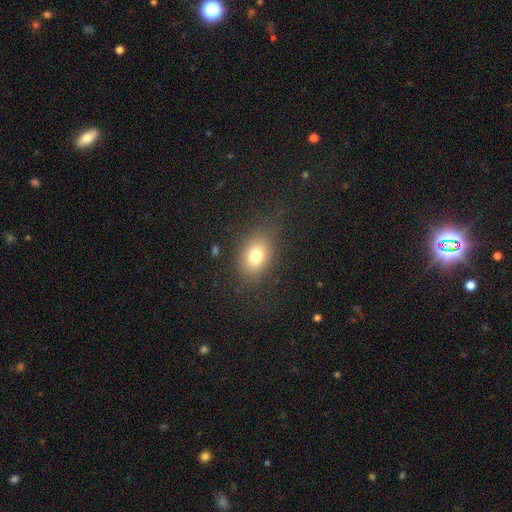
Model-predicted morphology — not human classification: Q: Smooth or featured?
A: smooth (76%); runner-up: featured or disk (12%)
Q: How rounded?
A: in between (74%); runner-up: round (24%)
Q: Merging?
A: none (80%); runner-up: minor disturbance (13%)